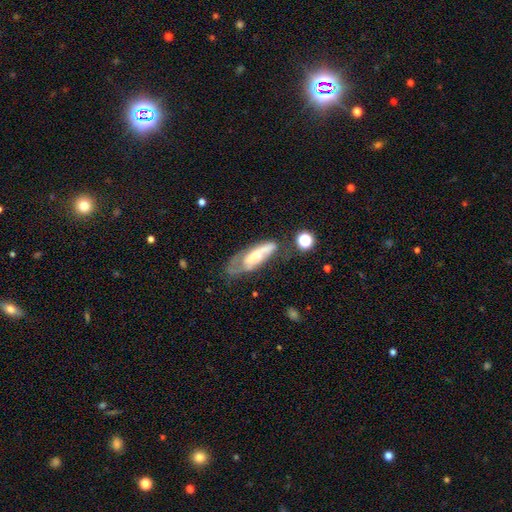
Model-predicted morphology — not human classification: Smooth or featured? featured or disk (63%)
Edge-on disk? no (76%)
Merging? none (43%)